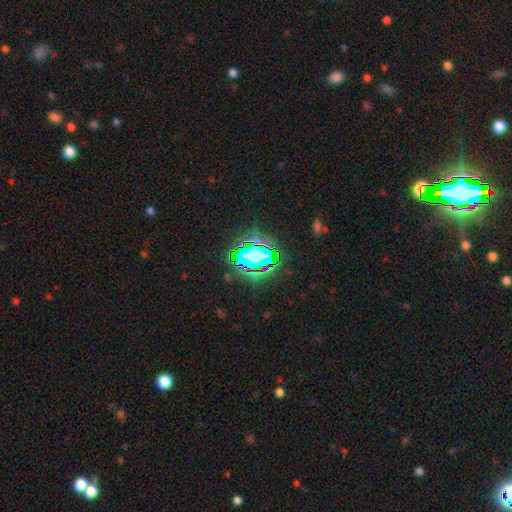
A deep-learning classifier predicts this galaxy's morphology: smooth-or-featured: star or artifact: 59% | smooth: 26% | featured or disk: 15%